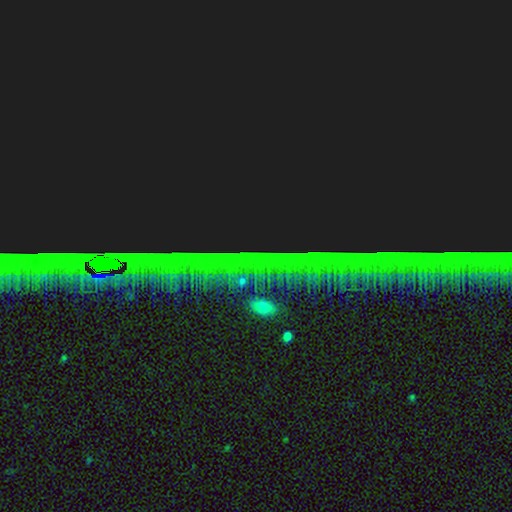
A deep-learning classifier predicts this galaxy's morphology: Smooth or featured?
  - star or artifact: 86% *
  - featured or disk: 8%
  - smooth: 7%